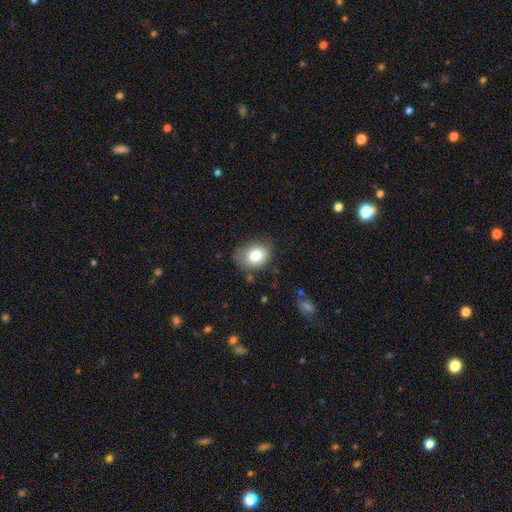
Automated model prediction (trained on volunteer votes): Morphology: type=smooth (79%); roundness=in between (53%); merging=none (60%).